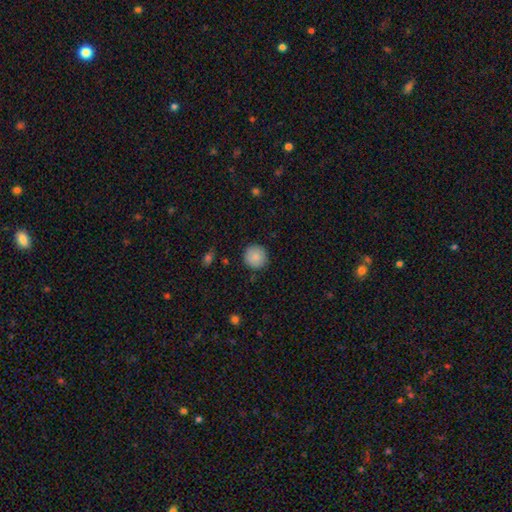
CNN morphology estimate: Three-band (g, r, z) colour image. It shows a smooth galaxy with no disk features (86%) that is round (93%). Merging: none (87%).